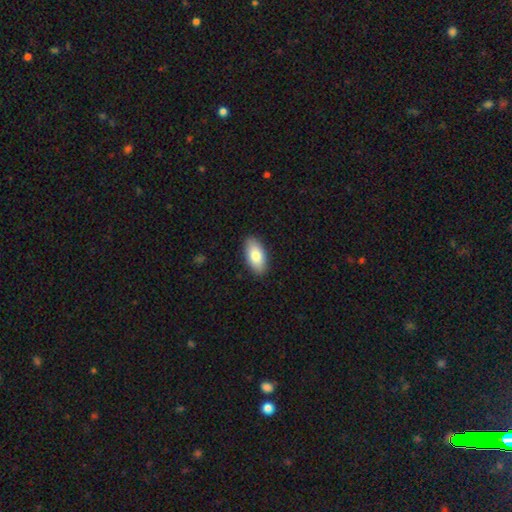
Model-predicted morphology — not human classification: This appears to be a smooth galaxy with no disk features (81%) that is in between round and cigar-shaped (93%). Merging: none (89%).